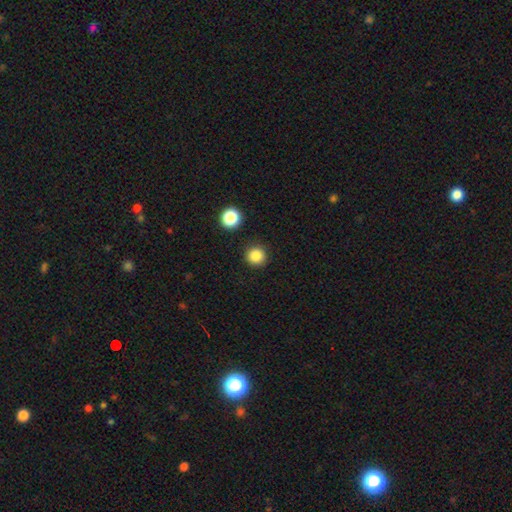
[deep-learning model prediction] A smooth galaxy with no disk features (85%) that is round (95%). Merging: none (90%).